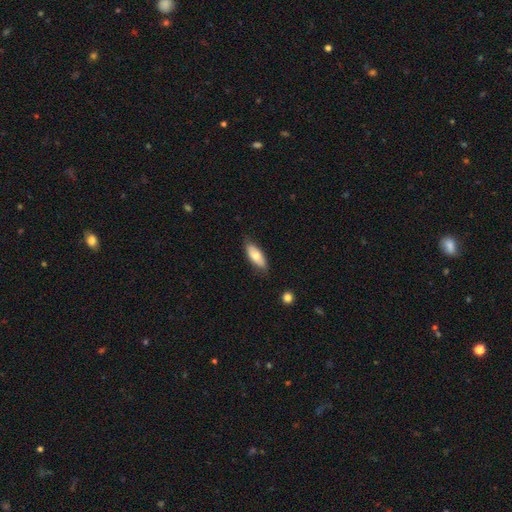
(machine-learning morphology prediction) Q: Smooth or featured?
A: smooth (71%); runner-up: featured or disk (23%)
Q: How rounded?
A: in between (77%); runner-up: cigar-shaped (21%)
Q: Merging?
A: none (80%); runner-up: minor disturbance (16%)